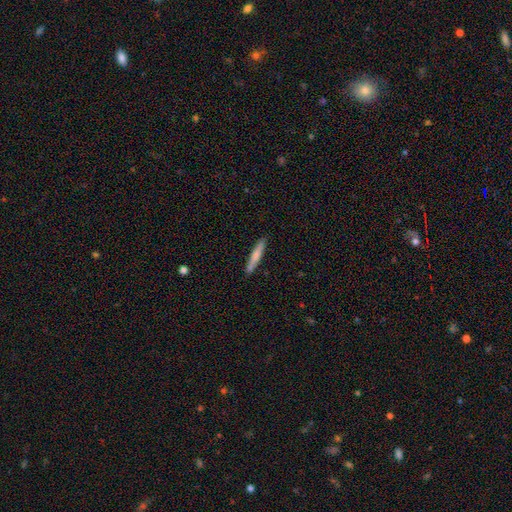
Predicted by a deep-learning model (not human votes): Smooth or featured: smooth — 68% (featured or disk — 27%)
How rounded: cigar-shaped — 94% (in between — 5%)
Merging: none — 89% (minor disturbance — 8%)